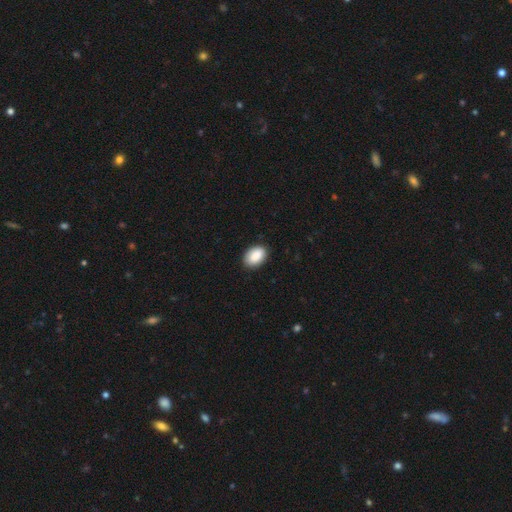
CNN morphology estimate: Smooth or featured? Predicted: smooth (p=0.90). How rounded? Predicted: in between (p=0.88). Merging? Predicted: none (p=0.88).